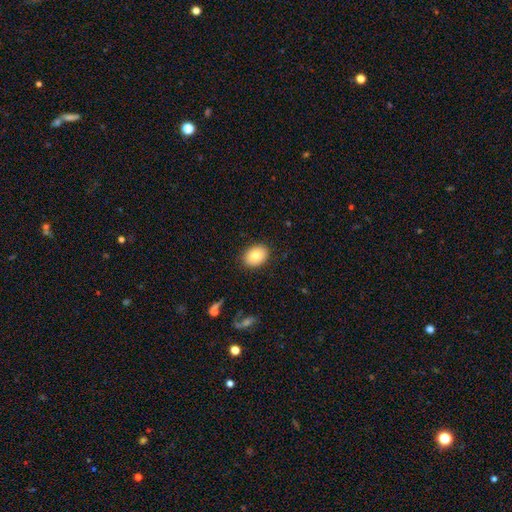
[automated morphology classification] Q: Smooth or featured?
A: smooth (80%); runner-up: featured or disk (12%)
Q: How rounded?
A: in between (70%); runner-up: round (30%)
Q: Merging?
A: none (88%); runner-up: minor disturbance (9%)